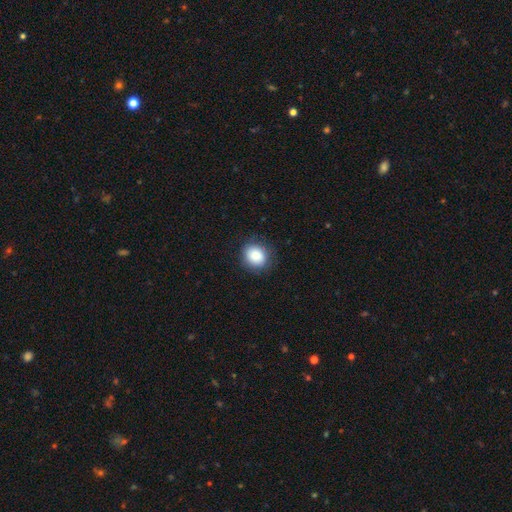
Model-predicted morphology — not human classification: Smooth or featured: smooth — 86% (star or artifact — 8%)
How rounded: round — 72% (in between — 27%)
Merging: none — 86% (minor disturbance — 11%)